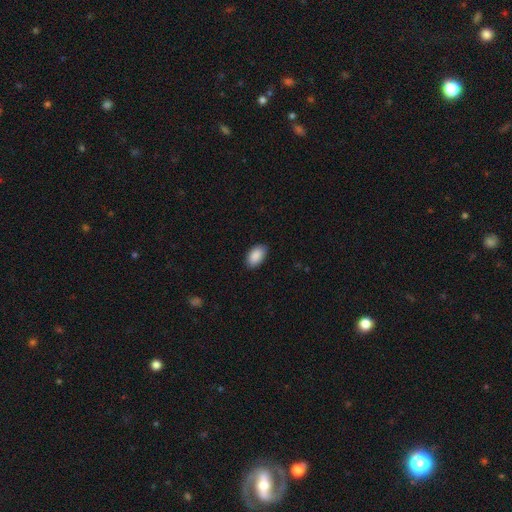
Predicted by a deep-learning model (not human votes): A smooth galaxy with no disk features (90%) that is in between round and cigar-shaped (95%). Merging: none (86%).